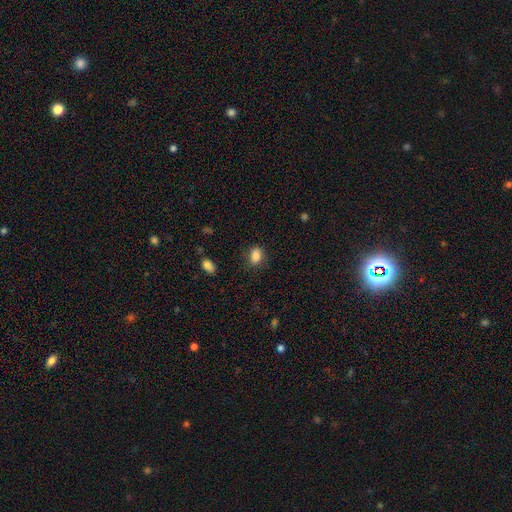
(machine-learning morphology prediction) smooth_or_featured: smooth (p=0.85) [alt: star or artifact p=0.09]
how_rounded: in between (p=0.78) [alt: round p=0.20]
merging: none (p=0.78) [alt: minor disturbance p=0.16]